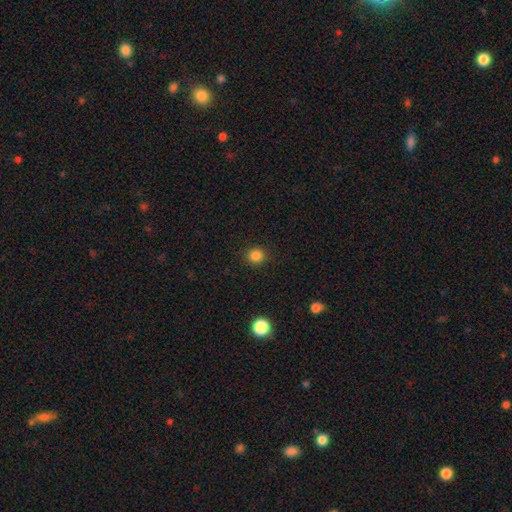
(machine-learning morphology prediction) Smooth or featured? smooth (85%)
How rounded? round (91%)
Merging? none (91%)